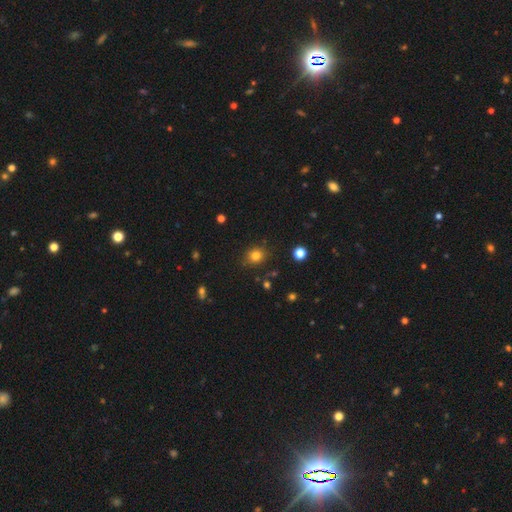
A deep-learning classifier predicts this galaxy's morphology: This is clearly a smooth galaxy (80%). How rounded: likely round (76%). Merging: clearly none (85%).